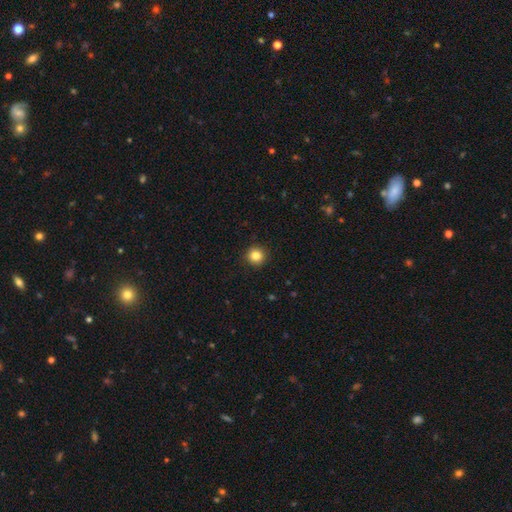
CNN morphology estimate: Smooth or featured: smooth — 84% (star or artifact — 11%)
How rounded: round — 95% (in between — 4%)
Merging: none — 93% (minor disturbance — 5%)